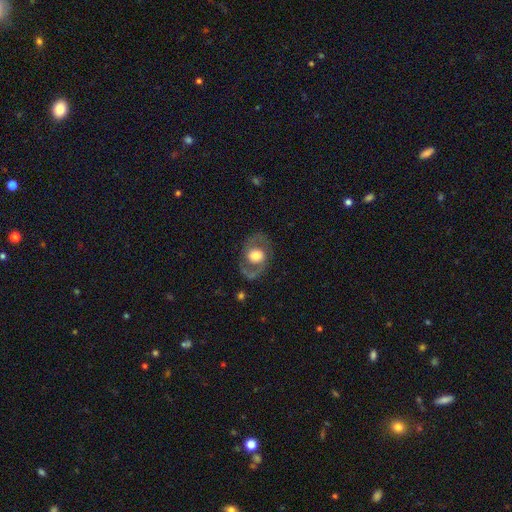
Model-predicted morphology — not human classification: Overall: featured or disk (68%). Edge-on disk: no (96%). Bar: no (69%). Spiral arms: yes (70%). Bulge size: large (48%; moderate 39%). Merging: none (76%).